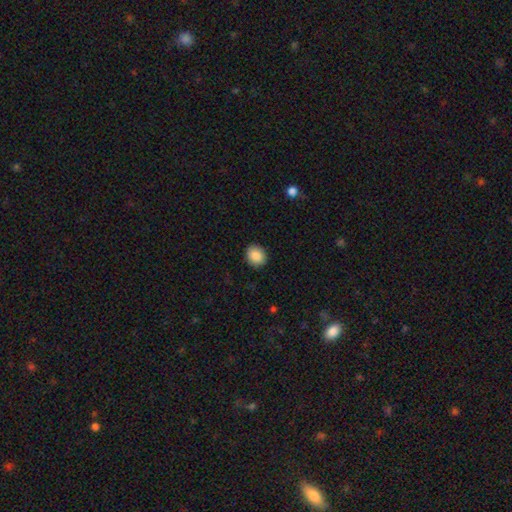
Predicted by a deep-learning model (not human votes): Q: Smooth or featured?
A: smooth (89%); runner-up: star or artifact (8%)
Q: How rounded?
A: round (69%); runner-up: in between (30%)
Q: Merging?
A: none (90%); runner-up: minor disturbance (7%)